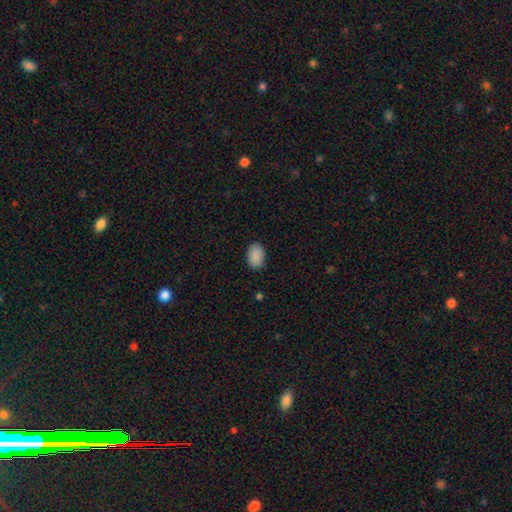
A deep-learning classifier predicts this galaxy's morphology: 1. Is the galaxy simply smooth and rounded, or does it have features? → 90% smooth, 8% star or artifact, 3% featured or disk.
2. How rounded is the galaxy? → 84% in between, 15% round, 1% cigar-shaped.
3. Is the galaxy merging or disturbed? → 87% none, 10% minor disturbance, 2% major disturbance, 1% merger.